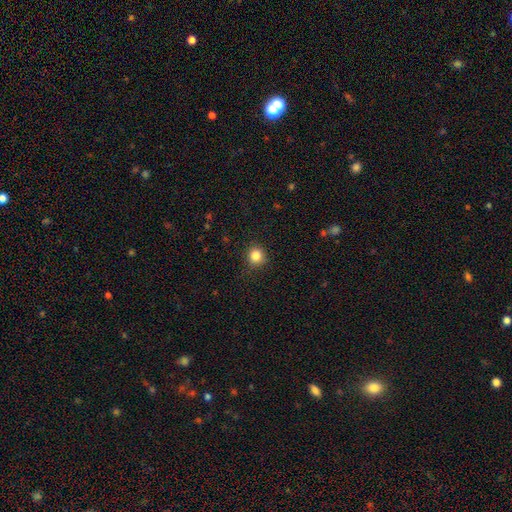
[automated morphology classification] The model was most divided on "smooth or featured": smooth: 85%, star or artifact: 11%, featured or disk: 4%. More confident: how rounded — round (90%); merging — none (90%).